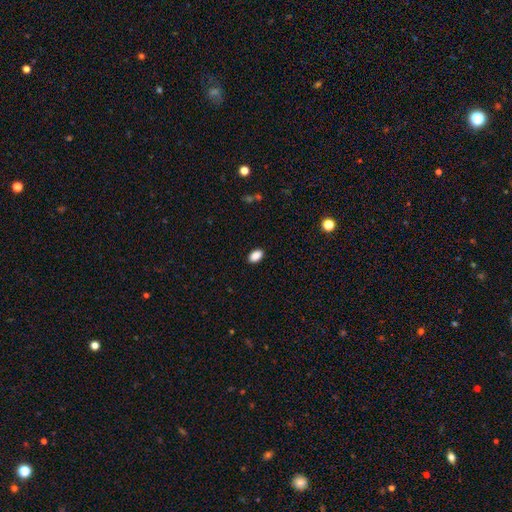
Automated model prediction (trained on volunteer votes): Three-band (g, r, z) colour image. It shows a smooth galaxy with no disk features (89%) that is in between round and cigar-shaped (92%). Merging: none (89%).